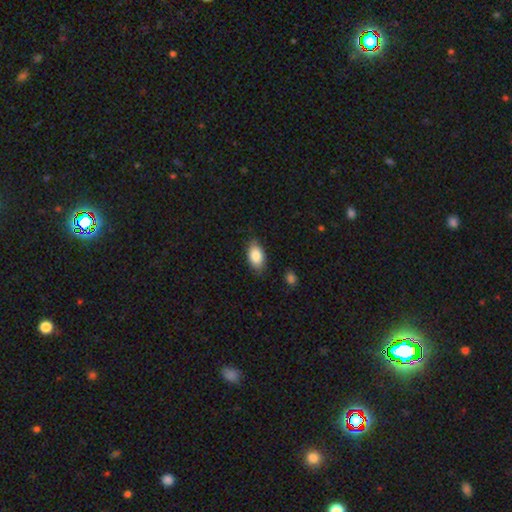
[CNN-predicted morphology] smooth_or_featured: smooth (p=0.85) [alt: featured or disk p=0.08]
how_rounded: in between (p=0.92) [alt: round p=0.05]
merging: none (p=0.81) [alt: minor disturbance p=0.15]